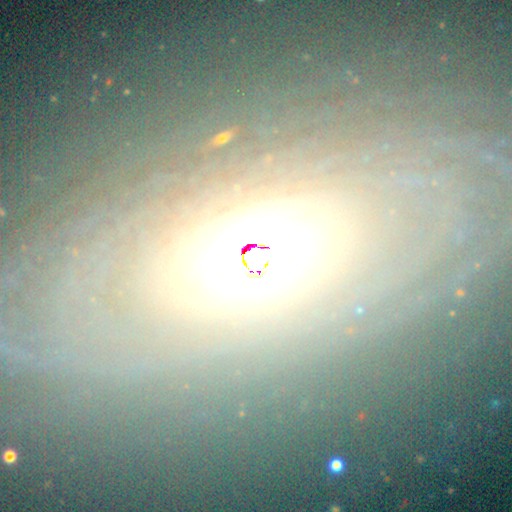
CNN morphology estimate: A featured or disk galaxy (44%).

Vote fractions:
- Smooth or featured? featured or disk: 44% / smooth: 28% / star or artifact: 28%
- Merging? none: 79% / minor disturbance: 11% / major disturbance: 6% / merger: 3%